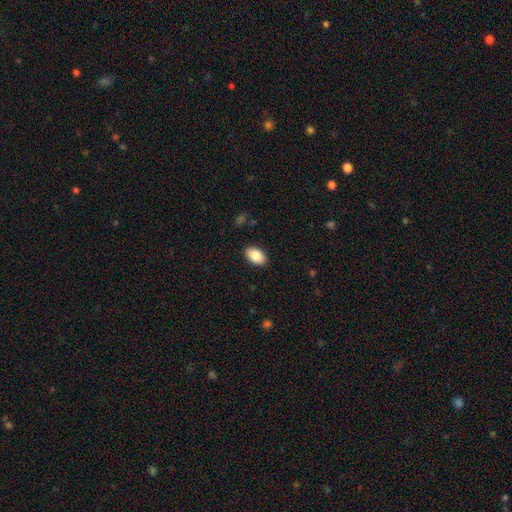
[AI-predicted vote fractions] A smooth galaxy with no disk features (85%) that is in between round and cigar-shaped (93%).

Vote fractions:
- Smooth or featured? smooth: 85% / featured or disk: 8% / star or artifact: 7%
- How rounded? in between: 93% / round: 6% / cigar-shaped: 1%
- Merging? none: 89% / minor disturbance: 8% / major disturbance: 2% / merger: 1%